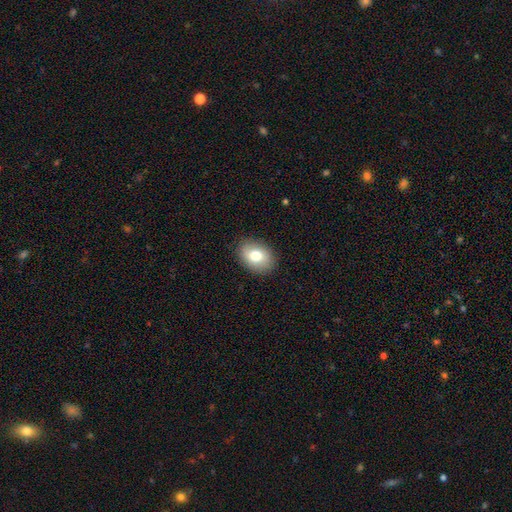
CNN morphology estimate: The model was most divided on "how rounded": in between: 74%, round: 25%, cigar-shaped: 1%. More confident: merging — none (87%); smooth or featured — smooth (77%).